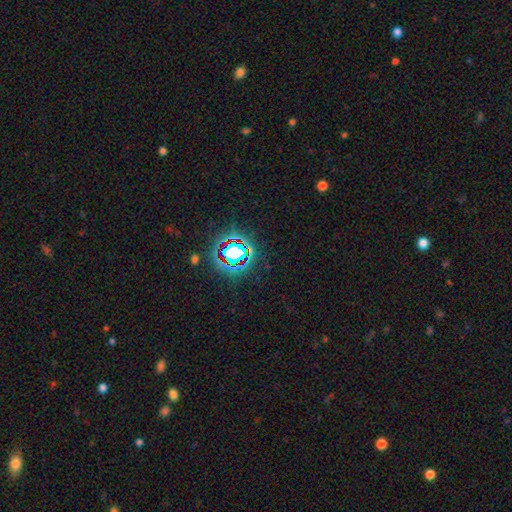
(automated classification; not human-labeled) A star or artifact, not a galaxy (82%).